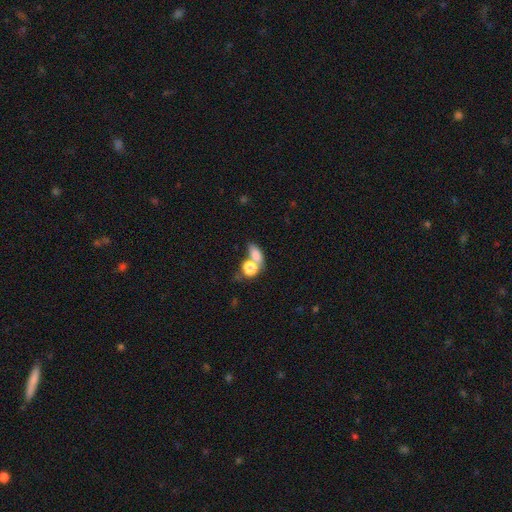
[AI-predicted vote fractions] smooth_or_featured: smooth (p=0.76) [alt: featured or disk p=0.12]
how_rounded: in between (p=0.68) [alt: round p=0.24]
merging: merger (p=0.49) [alt: none p=0.33]